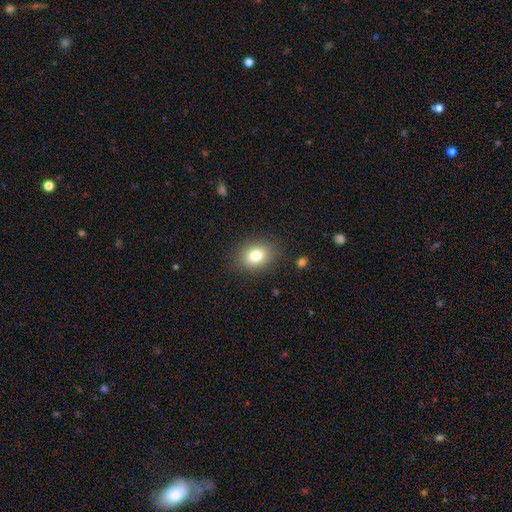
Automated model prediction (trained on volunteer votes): Smooth or featured? Predicted: smooth (p=0.80). How rounded? Predicted: in between (p=0.60). Merging? Predicted: none (p=0.86).